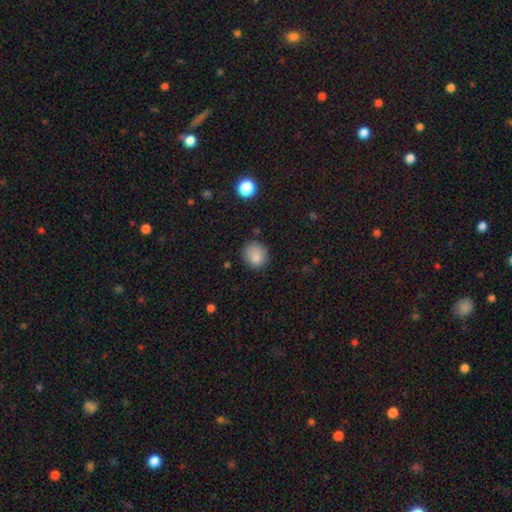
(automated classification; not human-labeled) Smooth or featured? Predicted: smooth (p=0.83). How rounded? Predicted: round (p=0.82). Merging? Predicted: none (p=0.78).